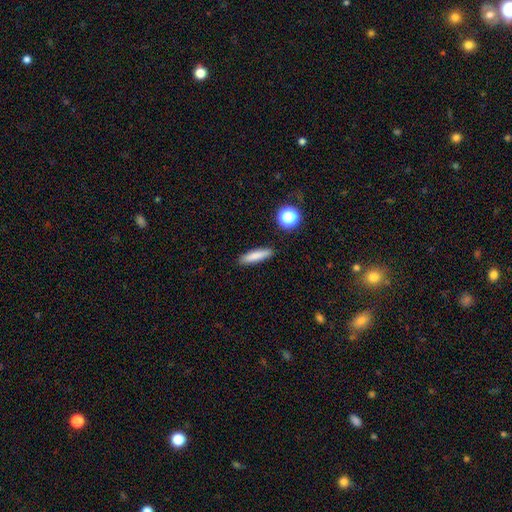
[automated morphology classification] A smooth galaxy with no disk features (81%) that is cigar-shaped (80%). Merging: none (88%).